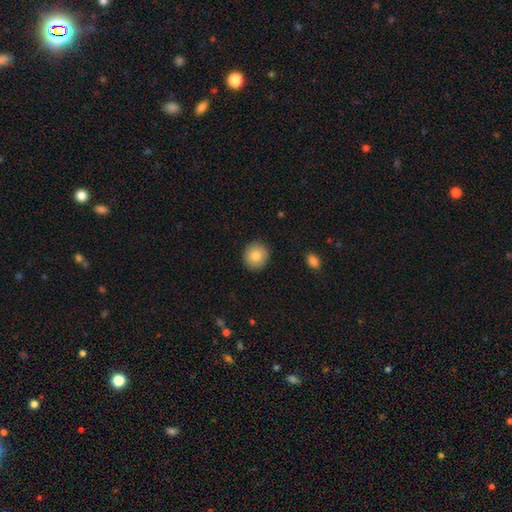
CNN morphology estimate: smooth-or-featured: smooth: 83% | featured or disk: 9% | star or artifact: 7%
  how-rounded: round: 89% | in between: 10% | cigar-shaped: 1%
  merging: none: 90% | minor disturbance: 7% | major disturbance: 2% | merger: 1%